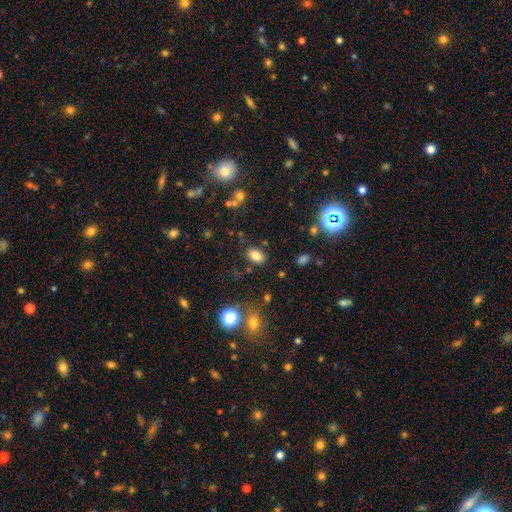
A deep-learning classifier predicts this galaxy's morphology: Overall: smooth (80%). How rounded: in between (87%). Merging: none (80%).